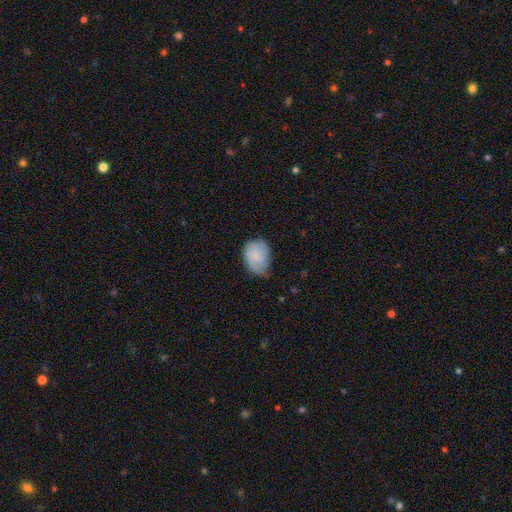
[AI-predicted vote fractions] Smooth or featured? Predicted: smooth (p=0.56). How rounded? Predicted: in between (p=0.60). Merging? Predicted: none (p=0.56).